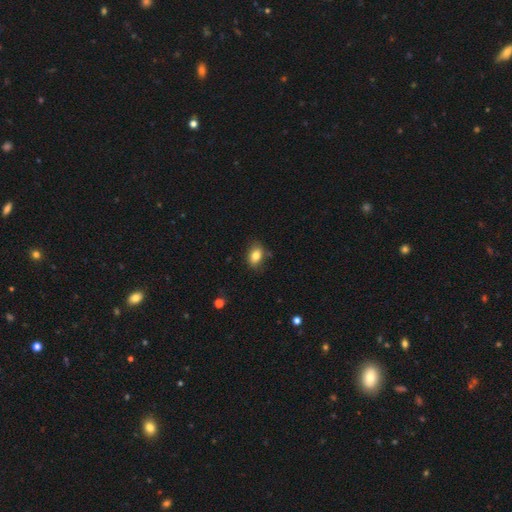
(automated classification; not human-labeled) A smooth galaxy with no disk features (82%) that is in between round and cigar-shaped (81%). Merging: none (79%).